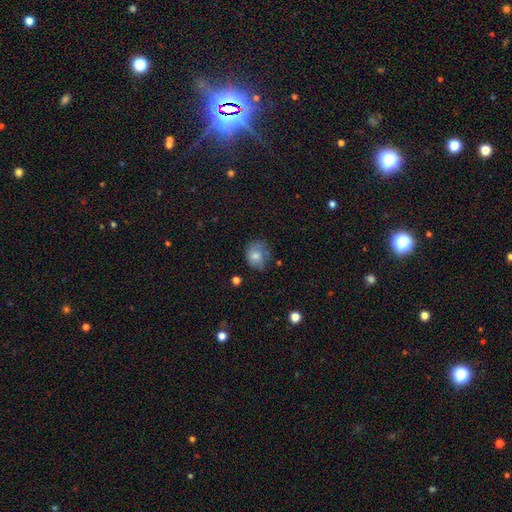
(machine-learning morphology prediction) A smooth galaxy with no disk features (72%) that is round (59%).

Vote fractions:
- Smooth or featured? smooth: 72% / featured or disk: 19% / star or artifact: 9%
- How rounded? round: 59% / in between: 40% / cigar-shaped: 1%
- Merging? none: 46% / minor disturbance: 35% / major disturbance: 16% / merger: 3%